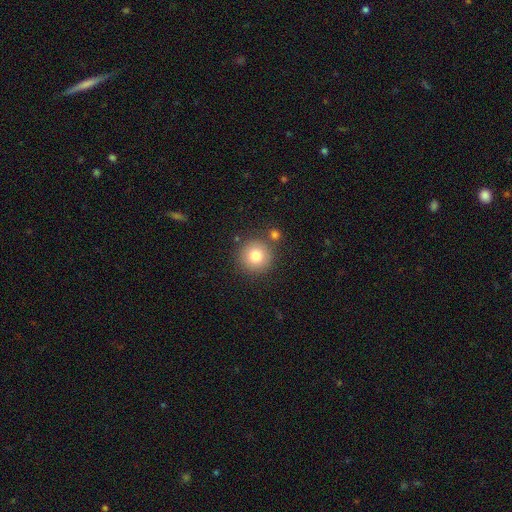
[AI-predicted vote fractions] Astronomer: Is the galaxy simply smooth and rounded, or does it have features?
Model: smooth — 79%.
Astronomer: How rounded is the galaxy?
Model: round — 95%.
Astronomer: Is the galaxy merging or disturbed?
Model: none — 82%.